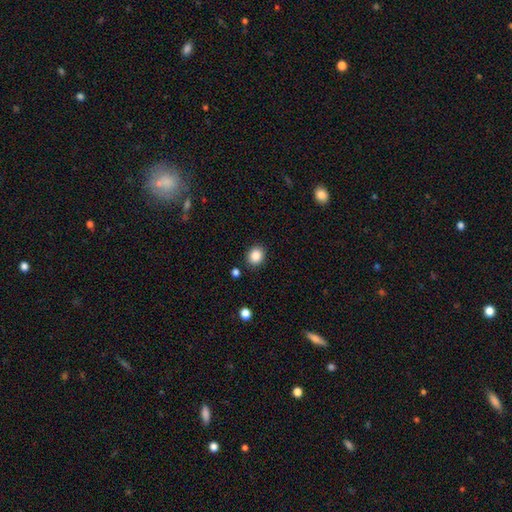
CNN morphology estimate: This is clearly a smooth galaxy (87%). How rounded: likely round (70%). Merging: clearly none (87%).